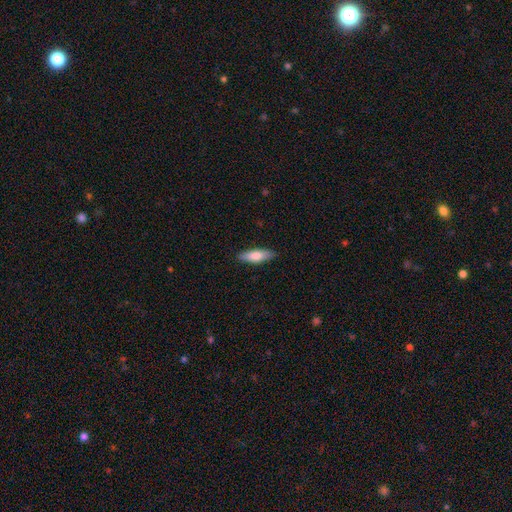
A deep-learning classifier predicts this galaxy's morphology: A smooth galaxy with no disk features (76%) that is in between round and cigar-shaped (54%). Merging: none (87%).